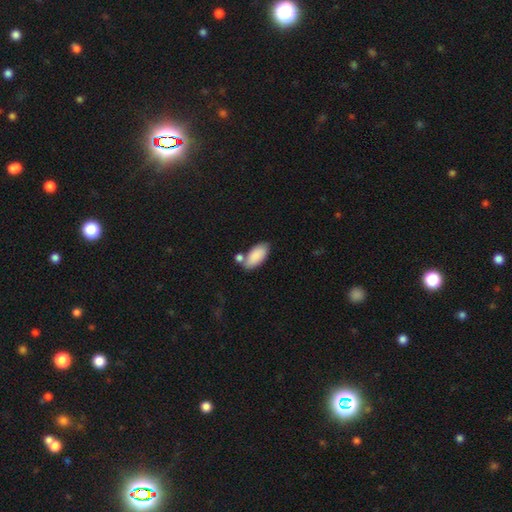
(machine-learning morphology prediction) The model was most divided on "merging": none: 58%, merger: 23%, minor disturbance: 15%, major disturbance: 4%. More confident: how rounded — in between (92%); smooth or featured — smooth (87%).